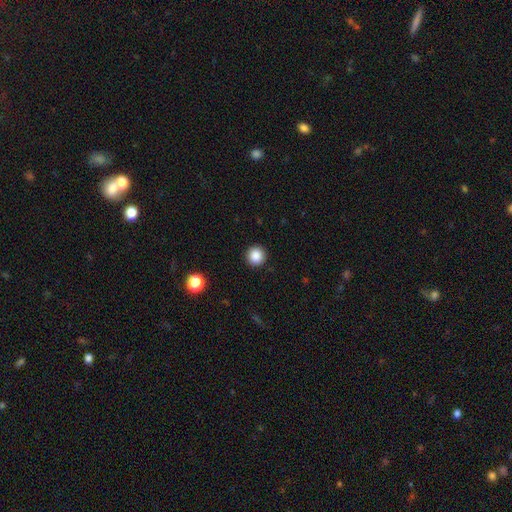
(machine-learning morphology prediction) Smooth or featured: smooth — 87% (star or artifact — 10%)
How rounded: round — 95% (in between — 4%)
Merging: none — 92% (minor disturbance — 5%)